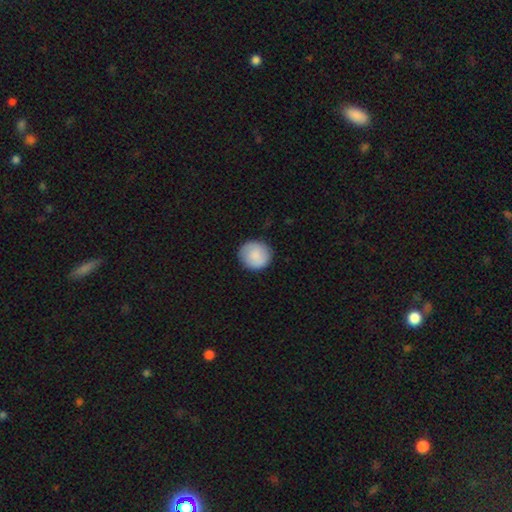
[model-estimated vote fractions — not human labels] Smooth or featured?
  - smooth: 82% *
  - featured or disk: 12%
  - star or artifact: 6%
How rounded?
  - round: 89% *
  - in between: 10%
  - cigar-shaped: 1%
Merging?
  - none: 87% *
  - minor disturbance: 9%
  - major disturbance: 2%
  - merger: 1%